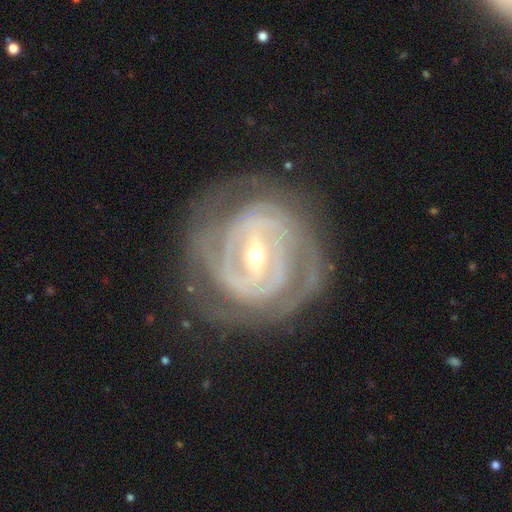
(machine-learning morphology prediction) A featured or disk galaxy (90%) with a strong bar (52%), 2 (31%) tight (77%) spiral arms (95%) and a small central bulge (64%).

Vote fractions:
- Smooth or featured? featured or disk: 90% / smooth: 5% / star or artifact: 5%
- Edge-on disk? no: 96% / yes: 4%
- Bar? strong: 52% / weak: 36% / no: 12%
- Spiral arms? yes: 95% / no: 5%
- Spiral winding? tight: 77% / medium: 19% / loose: 4%
- Spiral arm count? 2: 31% / can't tell: 27% / 3: 19% / 4: 12% / more than 4: 6% / 1: 5%
- Bulge size? small: 64% / moderate: 33% / large: 2% / none: 1% / dominant: 1%
- Merging? none: 76% / minor disturbance: 14% / major disturbance: 8% / merger: 1%